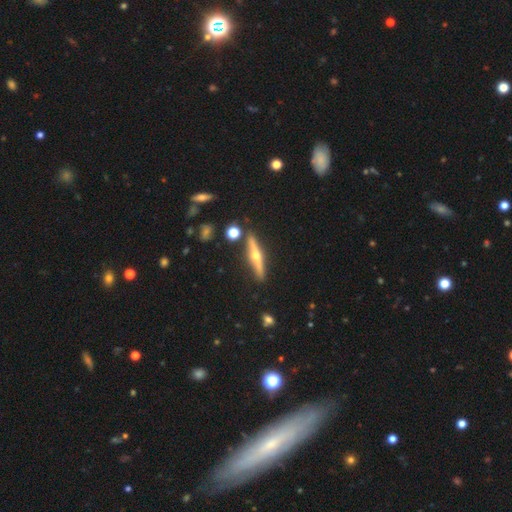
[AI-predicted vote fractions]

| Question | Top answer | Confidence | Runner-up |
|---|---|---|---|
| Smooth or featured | featured or disk | 75% | smooth (19%) |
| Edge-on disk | yes | 97% | no (3%) |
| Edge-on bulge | rounded | 94% | none (4%) |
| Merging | none | 88% | minor disturbance (8%) |